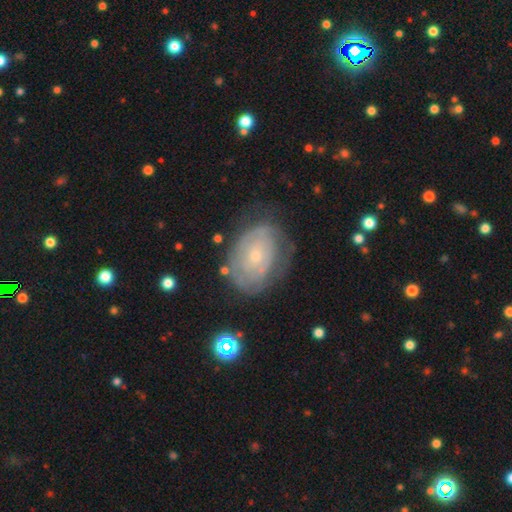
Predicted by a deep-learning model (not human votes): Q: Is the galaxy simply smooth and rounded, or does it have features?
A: featured or disk — 65%.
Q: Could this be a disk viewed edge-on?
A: no — 95%.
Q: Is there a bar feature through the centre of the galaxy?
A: no — 81%.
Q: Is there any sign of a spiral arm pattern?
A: yes — 68%.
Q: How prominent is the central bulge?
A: small — 71%.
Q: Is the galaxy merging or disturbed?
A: none — 65%.